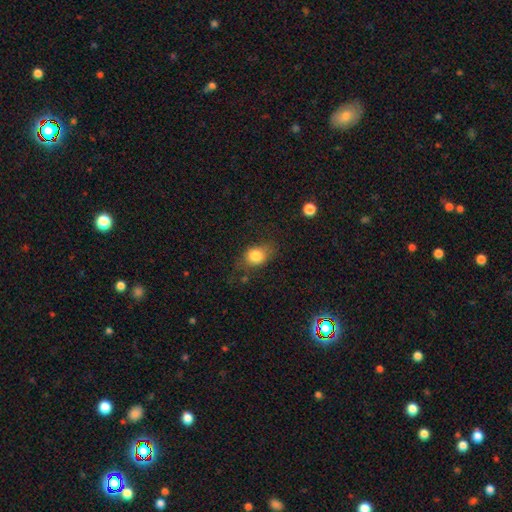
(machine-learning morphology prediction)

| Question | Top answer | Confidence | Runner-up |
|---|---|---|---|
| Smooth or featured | smooth | 80% | featured or disk (10%) |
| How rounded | in between | 56% | round (42%) |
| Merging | none | 63% | minor disturbance (24%) |